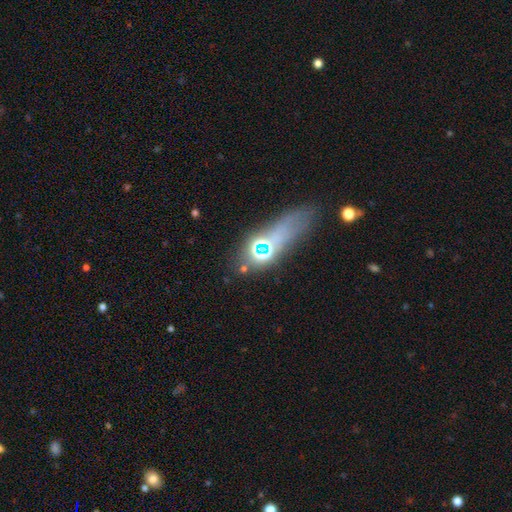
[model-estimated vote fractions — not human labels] A smooth galaxy with no disk features (47%). Merging: major disturbance (36%).